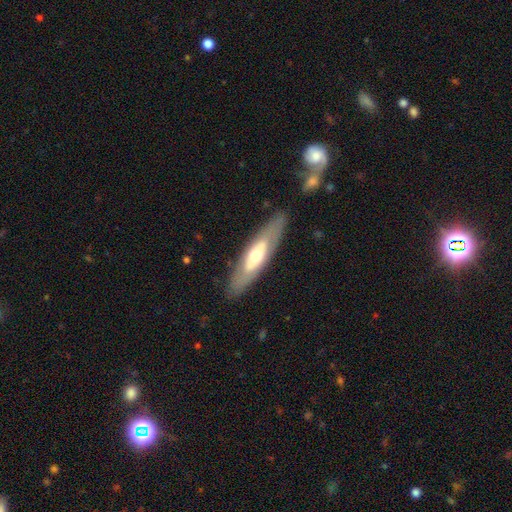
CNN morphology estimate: Smooth or featured? featured or disk (56%)
Edge-on disk? no (57%)
Merging? none (84%)